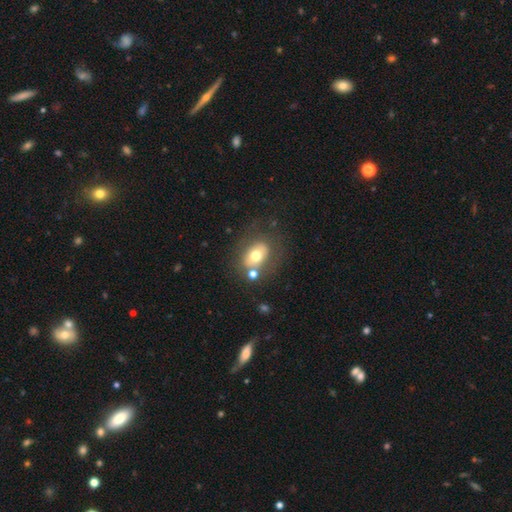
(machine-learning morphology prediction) smooth-or-featured: smooth: 61% | featured or disk: 29% | star or artifact: 10%
  how-rounded: in between: 72% | round: 27% | cigar-shaped: 2%
  merging: none: 62% | minor disturbance: 16% | merger: 13% | major disturbance: 9%